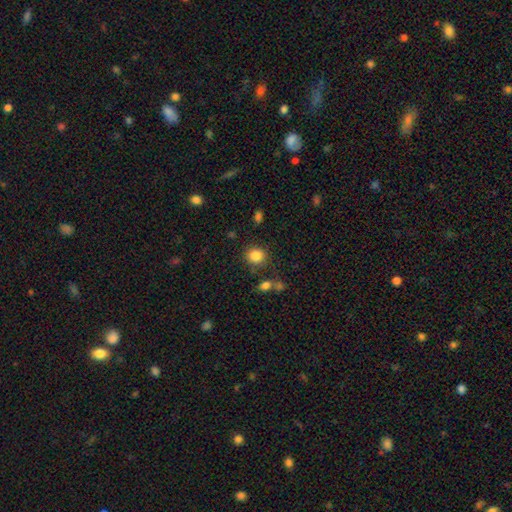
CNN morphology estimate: smooth_or_featured: smooth (p=0.85) [alt: star or artifact p=0.10]
how_rounded: round (p=0.85) [alt: in between p=0.14]
merging: none (p=0.81) [alt: minor disturbance p=0.10]